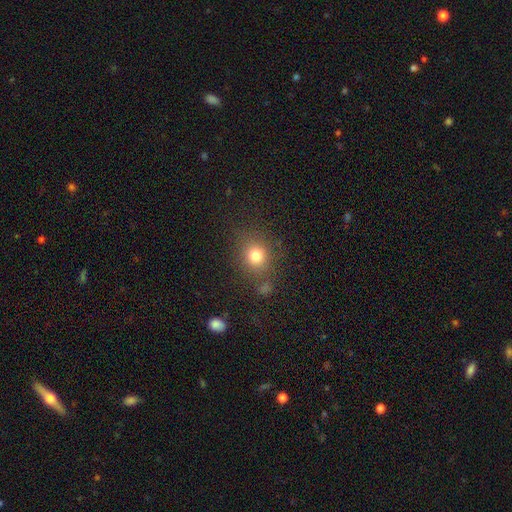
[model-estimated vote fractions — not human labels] This appears to be a smooth galaxy with no disk features (78%) that is round (79%). Merging: none (78%).